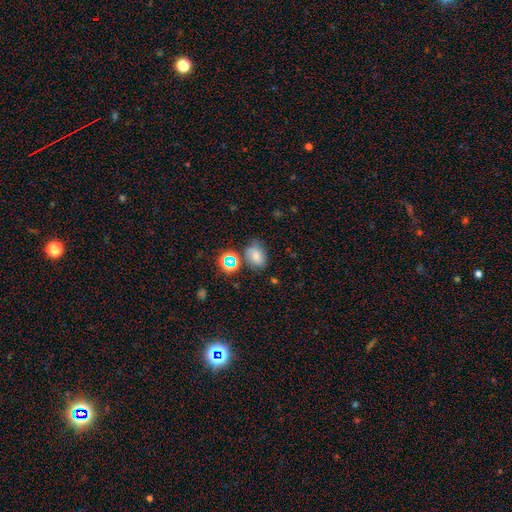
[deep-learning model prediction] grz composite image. It shows a smooth galaxy with no disk features (64%) that is in between round and cigar-shaped (72%). Merging: none (62%).